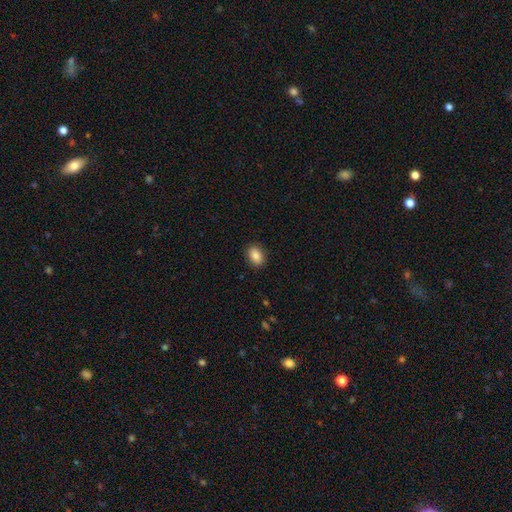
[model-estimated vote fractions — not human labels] Smooth or featured? smooth (87%)
How rounded? in between (77%)
Merging? none (90%)